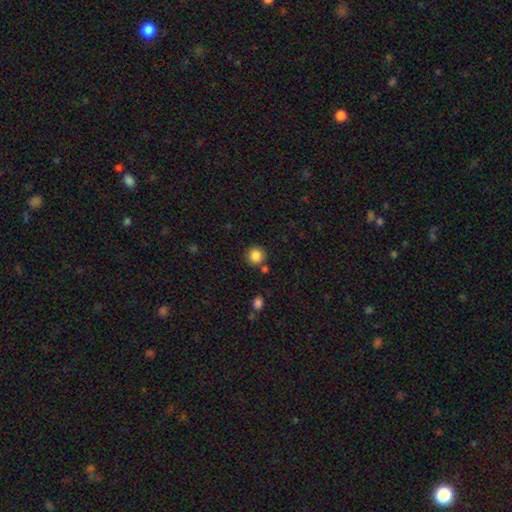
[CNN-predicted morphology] type=smooth (86%); roundness=round (94%); merging=none (83%).